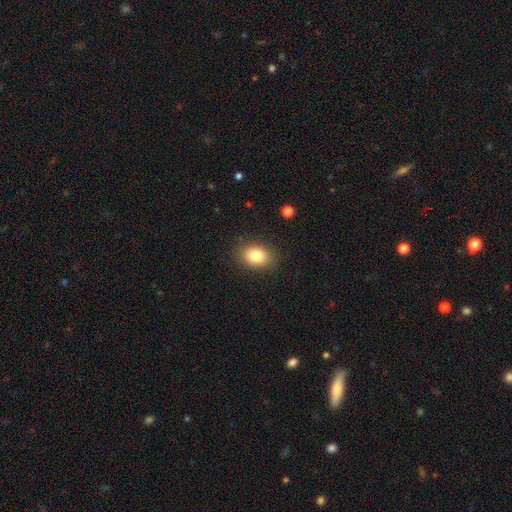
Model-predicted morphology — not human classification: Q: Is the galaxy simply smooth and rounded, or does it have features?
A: smooth — 82%.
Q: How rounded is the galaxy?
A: in between — 75%.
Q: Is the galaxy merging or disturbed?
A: none — 87%.